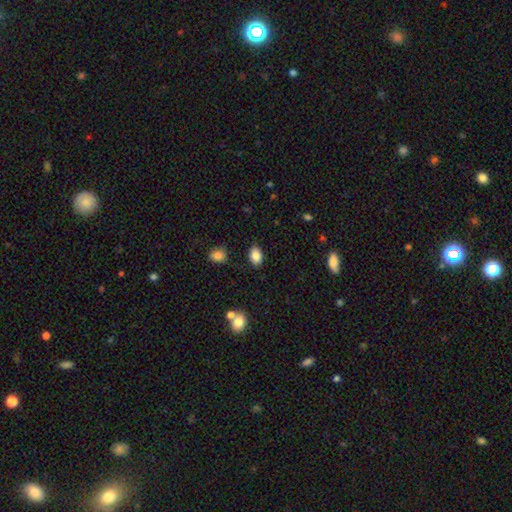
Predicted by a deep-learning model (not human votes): Overall: smooth (86%). How rounded: in between (85%). Merging: none (85%).